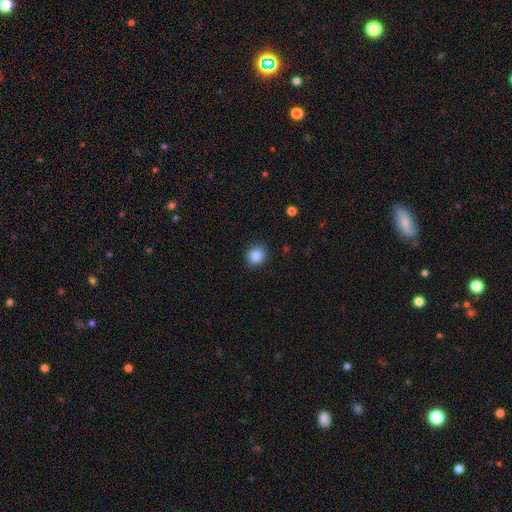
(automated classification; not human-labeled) smooth_or_featured: smooth (p=0.85) [alt: star or artifact p=0.10]
how_rounded: round (p=0.78) [alt: in between p=0.21]
merging: none (p=0.89) [alt: minor disturbance p=0.08]